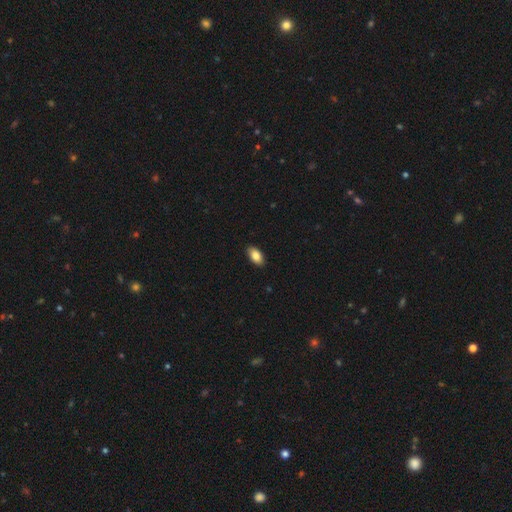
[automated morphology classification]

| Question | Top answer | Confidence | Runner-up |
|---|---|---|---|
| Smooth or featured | smooth | 86% | star or artifact (7%) |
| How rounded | in between | 93% | cigar-shaped (3%) |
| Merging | none | 90% | minor disturbance (8%) |